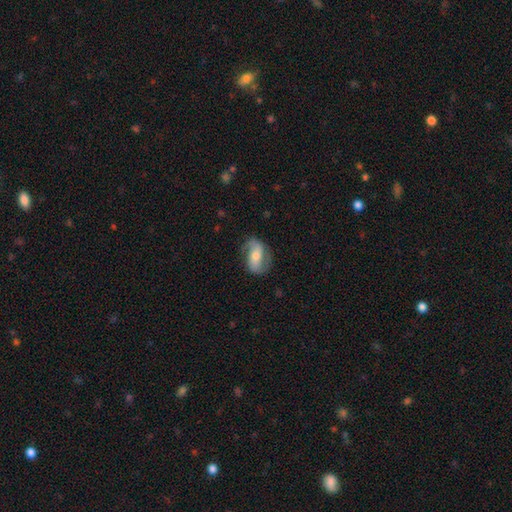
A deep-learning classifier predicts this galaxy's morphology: Smooth or featured? featured or disk (64%)
Edge-on disk? no (95%)
Bar? no (36%)
Spiral arms? yes (86%)
Spiral winding? loose (44%)
Spiral arm count? 2 (86%)
Bulge size? moderate (57%)
Merging? none (72%)